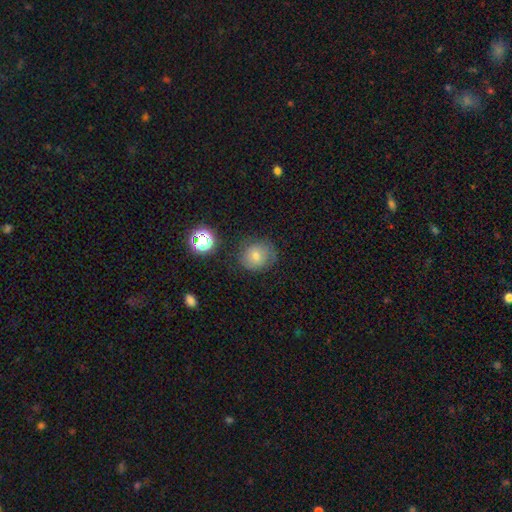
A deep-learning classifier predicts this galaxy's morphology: The model was most divided on "smooth or featured": smooth: 68%, featured or disk: 16%, star or artifact: 16%. More confident: how rounded — round (78%); merging — none (76%).